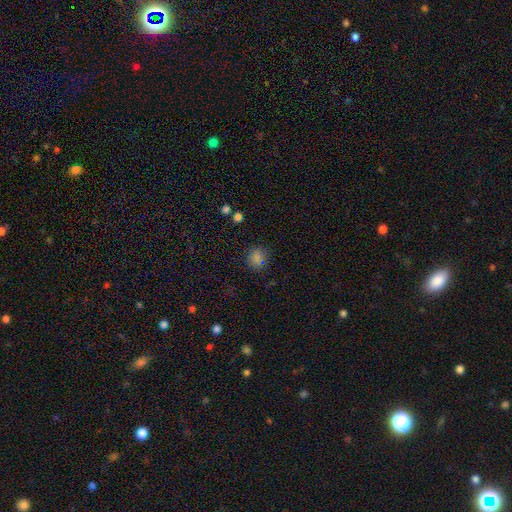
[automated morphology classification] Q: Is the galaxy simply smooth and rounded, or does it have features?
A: smooth — 70%.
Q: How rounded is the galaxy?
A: round — 78%.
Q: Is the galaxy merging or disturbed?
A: none — 82%.